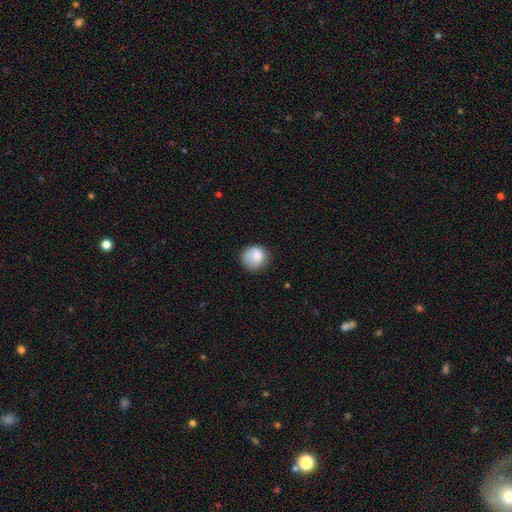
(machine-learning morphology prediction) smooth-or-featured: smooth: 84% | star or artifact: 8% | featured or disk: 8%
  how-rounded: round: 85% | in between: 14% | cigar-shaped: 1%
  merging: none: 71% | minor disturbance: 21% | major disturbance: 6% | merger: 2%